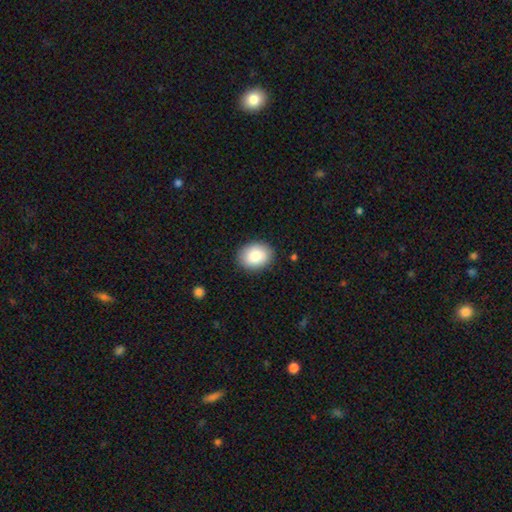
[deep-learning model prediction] Smooth or featured: smooth — 85% (featured or disk — 8%)
How rounded: in between — 64% (round — 35%)
Merging: none — 88% (minor disturbance — 9%)